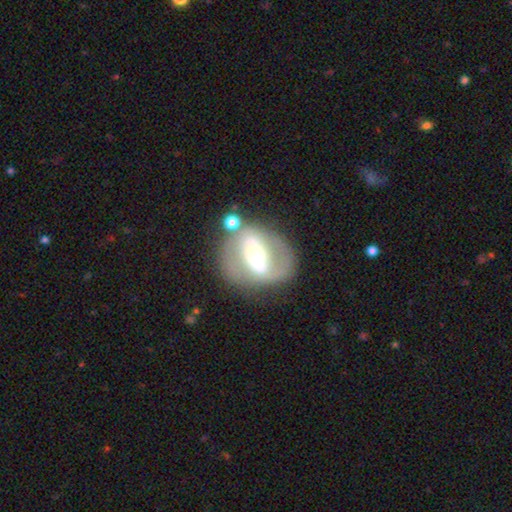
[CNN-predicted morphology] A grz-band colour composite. It shows a featured or disk galaxy (68%) with a strong bar (56%), no spiral arms (63%) and a moderate central bulge (62%). Merging: none (66%).